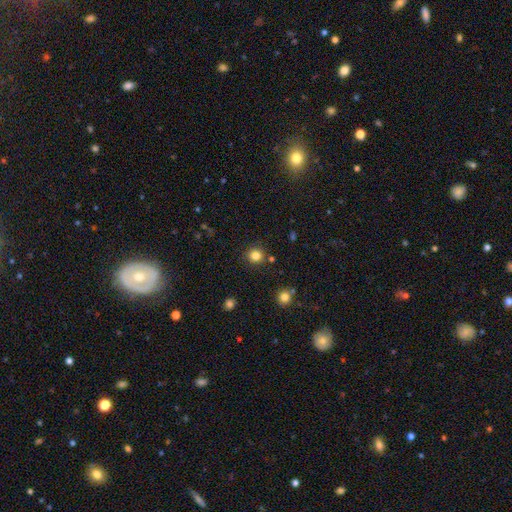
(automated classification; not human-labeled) This appears to be a smooth galaxy with no disk features (82%) that is round (91%). Merging: none (87%).